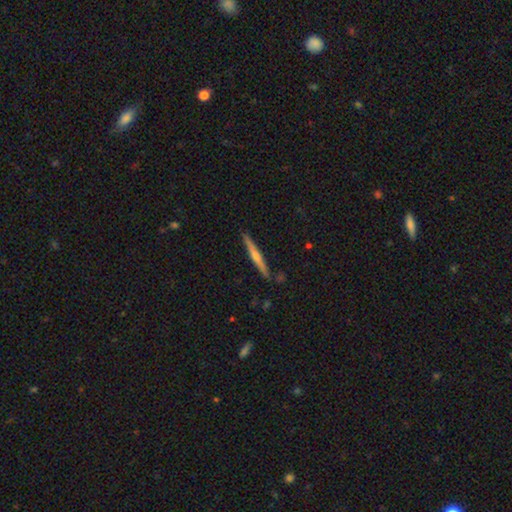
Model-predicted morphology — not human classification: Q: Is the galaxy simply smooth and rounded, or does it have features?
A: featured or disk — 62%.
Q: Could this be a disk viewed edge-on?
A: yes — 98%.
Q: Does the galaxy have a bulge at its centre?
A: rounded — 68%.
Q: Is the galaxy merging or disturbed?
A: none — 90%.